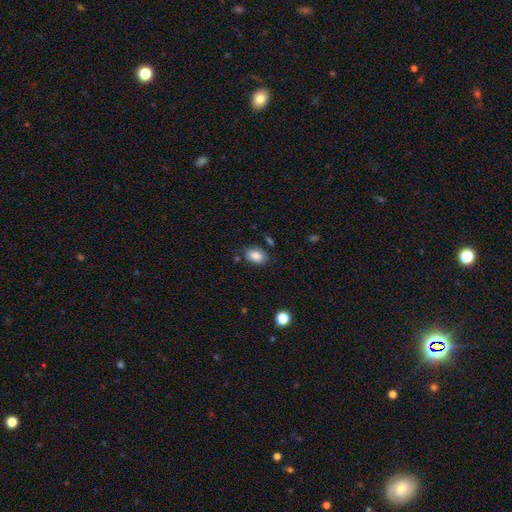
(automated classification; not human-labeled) Smooth or featured? smooth (87%)
How rounded? in between (87%)
Merging? none (78%)